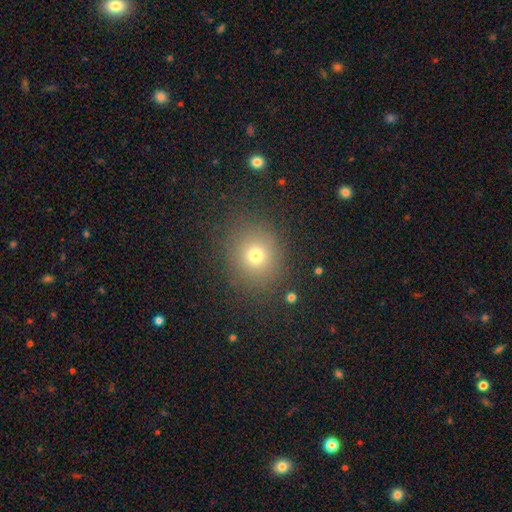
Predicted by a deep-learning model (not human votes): This appears to be a smooth galaxy with no disk features (71%) that is round (79%). Merging: none (84%).